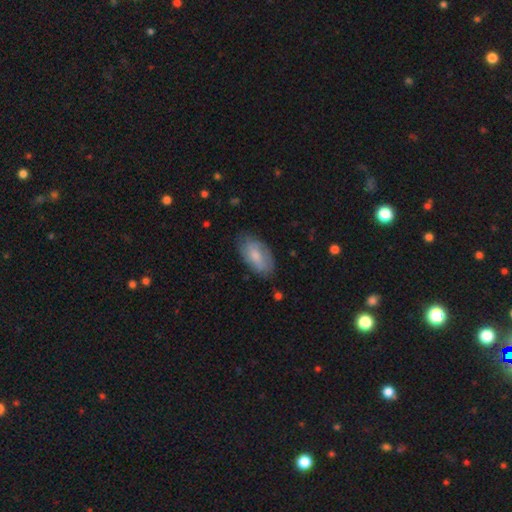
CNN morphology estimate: The model was most divided on "smooth or featured": smooth: 68%, featured or disk: 26%, star or artifact: 6%. More confident: how rounded — in between (94%); merging — none (72%).